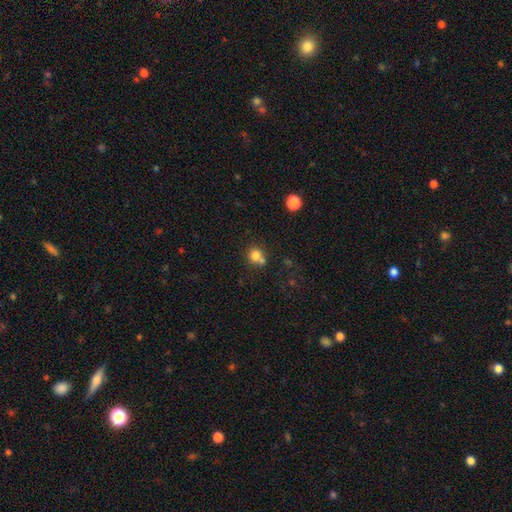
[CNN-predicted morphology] smooth_or_featured: smooth (p=0.78) [alt: star or artifact p=0.13]
how_rounded: round (p=0.85) [alt: in between p=0.15]
merging: none (p=0.52) [alt: merger p=0.35]